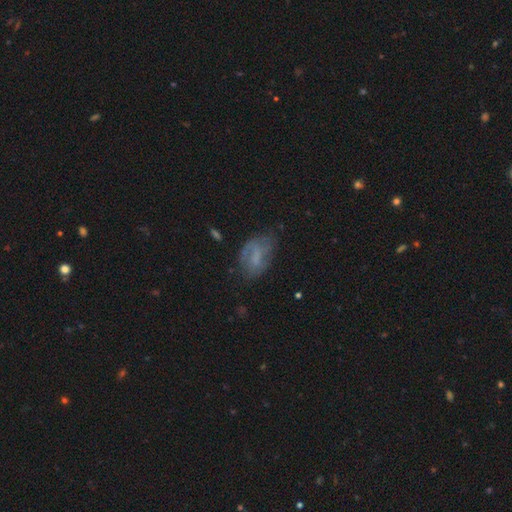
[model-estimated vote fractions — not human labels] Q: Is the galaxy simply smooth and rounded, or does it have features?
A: smooth — 49%.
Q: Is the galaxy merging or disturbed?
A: none — 51%.